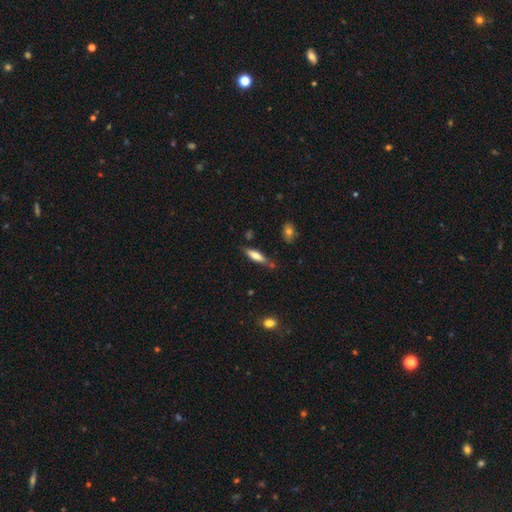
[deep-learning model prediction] This appears to be a smooth galaxy with no disk features (64%) that is cigar-shaped (68%). Merging: none (73%).